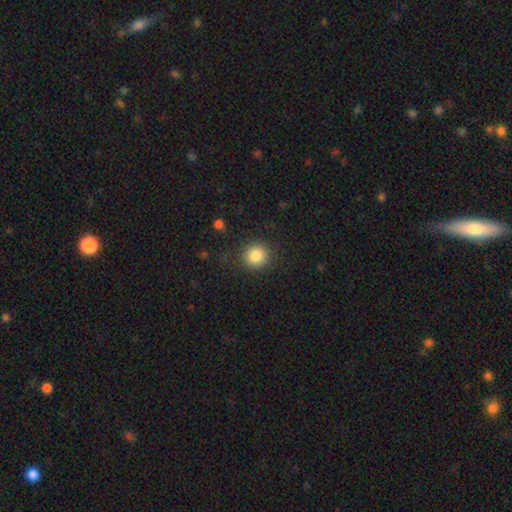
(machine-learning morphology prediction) Smooth or featured: smooth — 84% (star or artifact — 10%)
How rounded: round — 92% (in between — 7%)
Merging: none — 88% (minor disturbance — 8%)